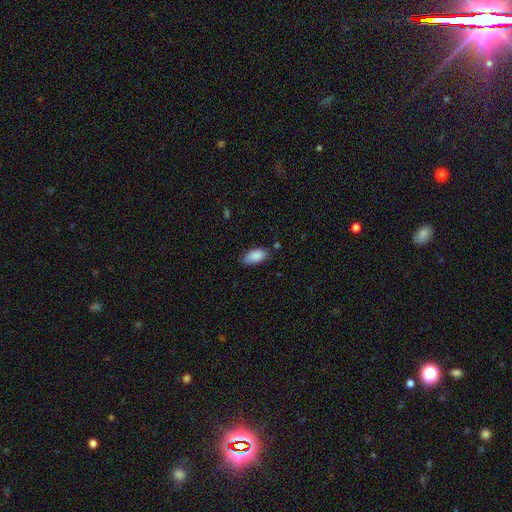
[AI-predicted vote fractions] This is clearly a smooth galaxy (89%). How rounded: clearly in between (93%). Merging: likely none (76%).